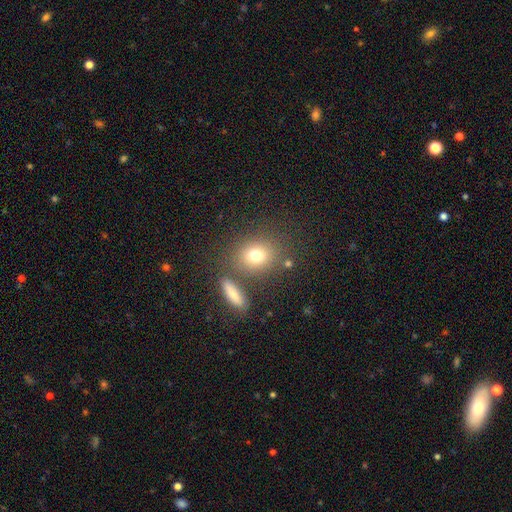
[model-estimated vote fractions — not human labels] A smooth galaxy with no disk features (76%) that is round (59%).

Vote fractions:
- Smooth or featured? smooth: 76% / star or artifact: 13% / featured or disk: 12%
- How rounded? round: 59% / in between: 39% / cigar-shaped: 2%
- Merging? none: 74% / merger: 11% / minor disturbance: 11% / major disturbance: 5%